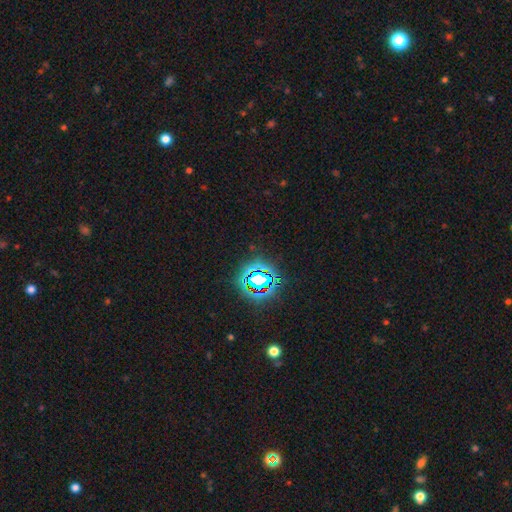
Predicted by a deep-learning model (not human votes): A star or artifact, not a galaxy (81%).

Vote fractions:
- Smooth or featured? star or artifact: 81% / smooth: 11% / featured or disk: 7%